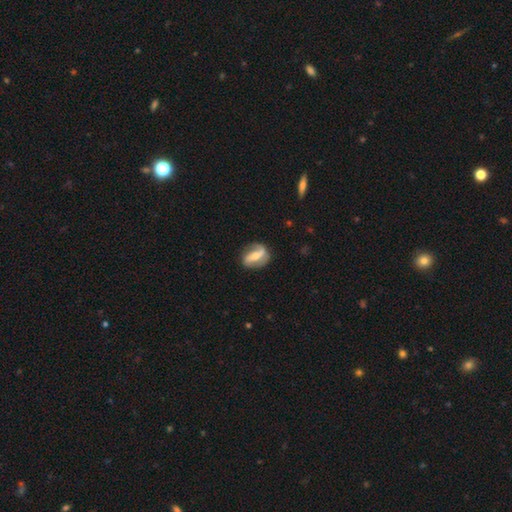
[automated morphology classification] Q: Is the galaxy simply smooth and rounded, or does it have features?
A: featured or disk — 74%.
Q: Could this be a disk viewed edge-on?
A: no — 94%.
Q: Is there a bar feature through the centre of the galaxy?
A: strong — 57%.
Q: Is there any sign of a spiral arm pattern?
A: yes — 84%.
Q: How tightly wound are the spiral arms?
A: loose — 40%.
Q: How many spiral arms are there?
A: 2 — 82%.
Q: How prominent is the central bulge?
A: moderate — 53%.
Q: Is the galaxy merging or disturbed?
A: none — 74%.